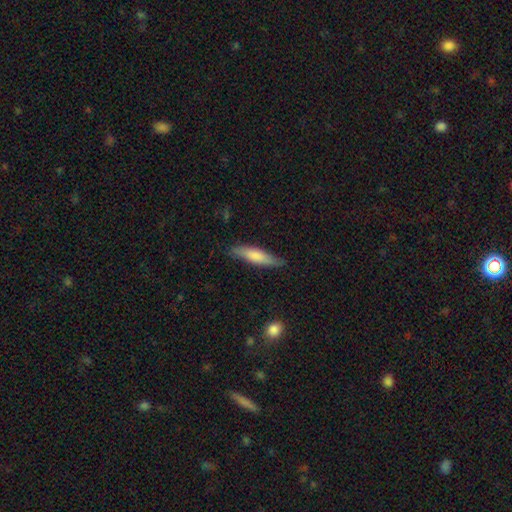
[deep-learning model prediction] The model was most divided on "smooth or featured": smooth: 70%, featured or disk: 25%, star or artifact: 5%. More confident: merging — none (78%); how rounded — cigar-shaped (74%).